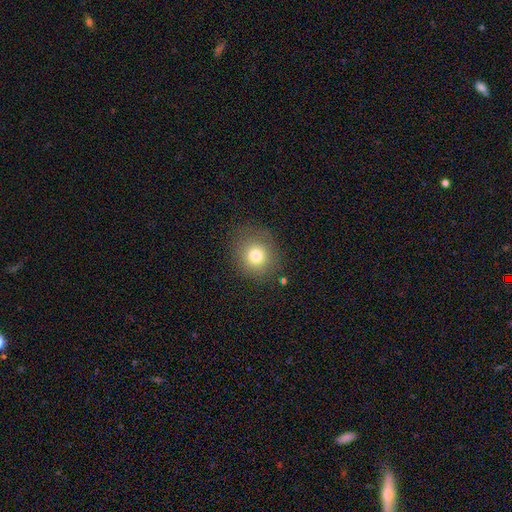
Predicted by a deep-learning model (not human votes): smooth_or_featured: smooth (p=0.77) [alt: star or artifact p=0.12]
how_rounded: round (p=0.85) [alt: in between p=0.14]
merging: none (p=0.82) [alt: minor disturbance p=0.11]